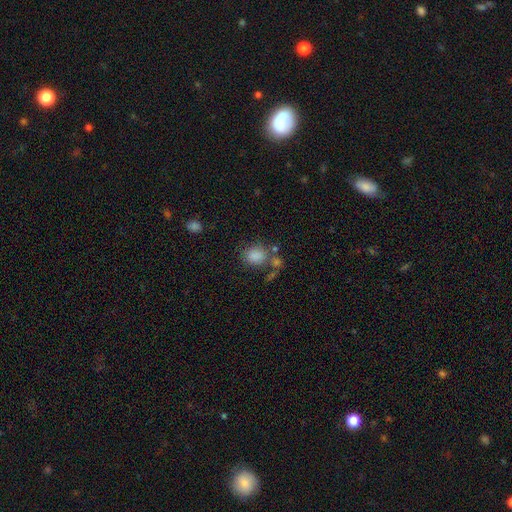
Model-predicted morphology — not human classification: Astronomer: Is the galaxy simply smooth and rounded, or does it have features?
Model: smooth — 83%.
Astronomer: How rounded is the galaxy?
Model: round — 61% (runner-up: in between, 38%).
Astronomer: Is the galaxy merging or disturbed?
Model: none — 61%.